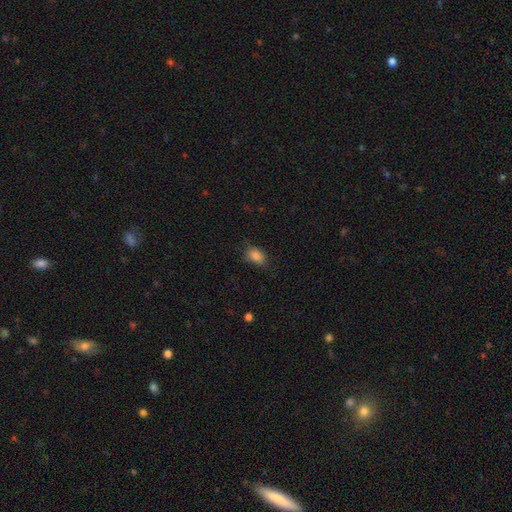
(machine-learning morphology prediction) smooth_or_featured: smooth (p=0.85) [alt: star or artifact p=0.10]
how_rounded: in between (p=0.84) [alt: round p=0.14]
merging: none (p=0.72) [alt: minor disturbance p=0.21]